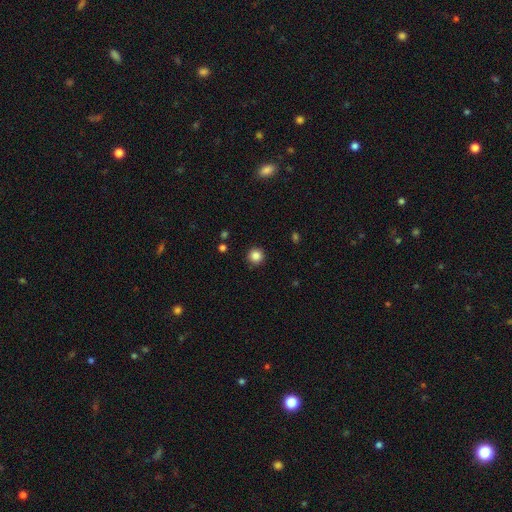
Overall: smooth (87%). How rounded: round (100%). Merging: none (89%).